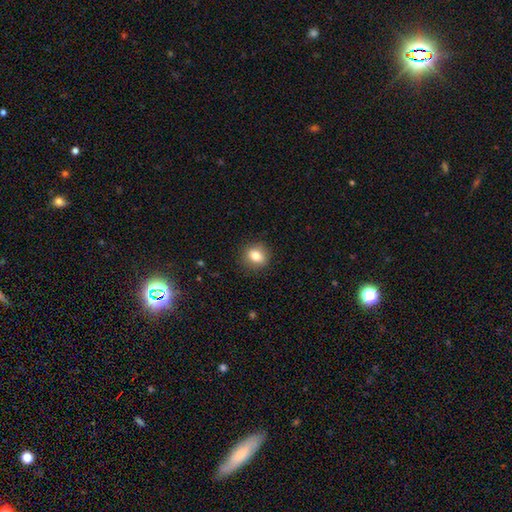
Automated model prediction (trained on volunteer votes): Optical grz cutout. It shows a smooth galaxy with no disk features (80%) that is round (71%). Merging: none (89%).